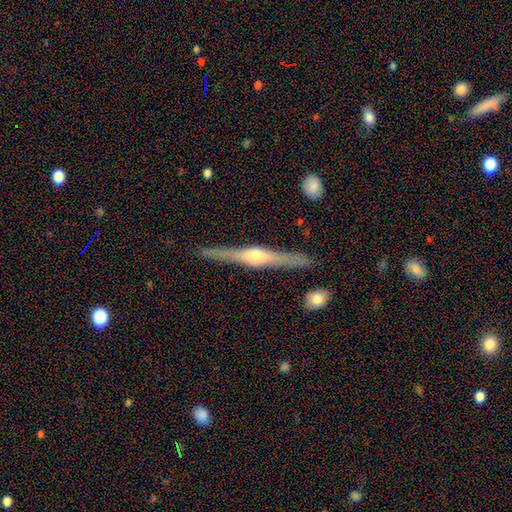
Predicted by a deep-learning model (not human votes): featured or disk 82%, smooth 13%, star or artifact 5%. Down the decision tree: edge-on disk — yes (98%); edge-on bulge — rounded (90%); merging — none (89%).